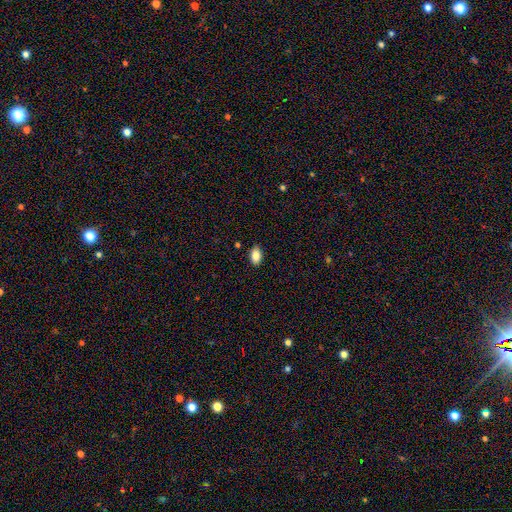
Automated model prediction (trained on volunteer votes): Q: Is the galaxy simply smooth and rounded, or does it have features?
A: smooth — 86%.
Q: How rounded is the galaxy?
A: in between — 91%.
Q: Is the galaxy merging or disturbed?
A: none — 88%.